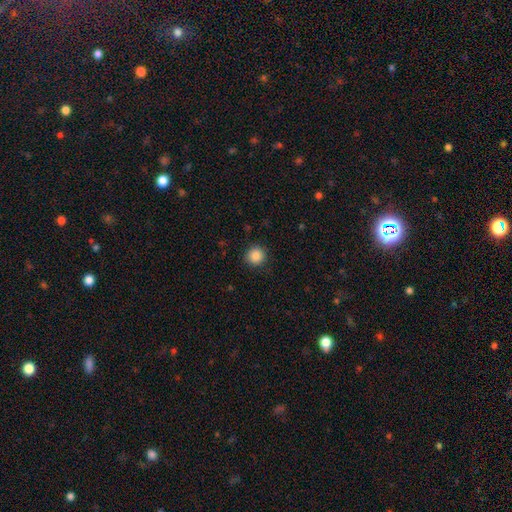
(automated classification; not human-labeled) Overall: smooth (86%). How rounded: round (93%). Merging: none (90%).